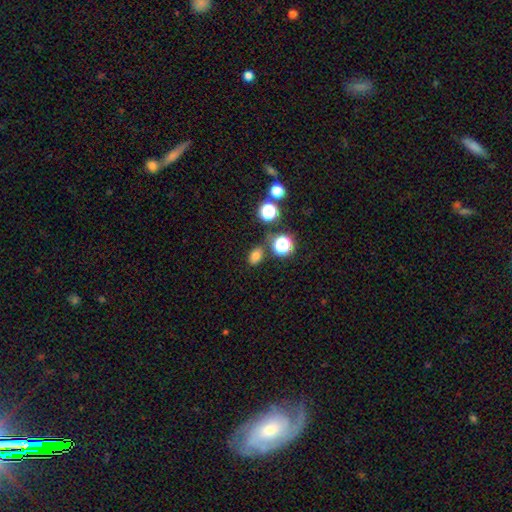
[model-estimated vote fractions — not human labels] Overall: smooth (74%). How rounded: in between (72%). Merging: none (78%).